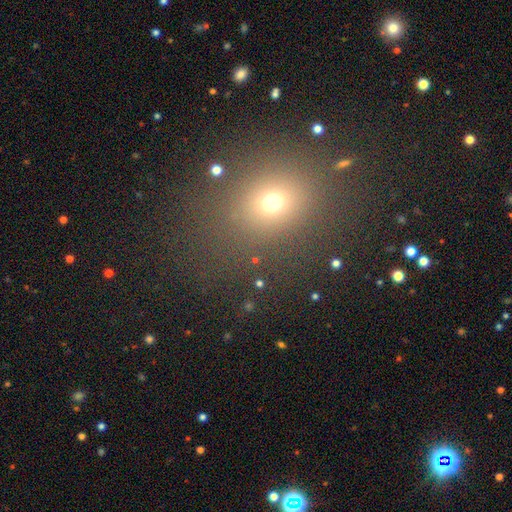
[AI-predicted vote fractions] The model was most divided on "how rounded": round: 63%, in between: 35%, cigar-shaped: 2%. More confident: merging — none (84%); smooth or featured — smooth (61%).